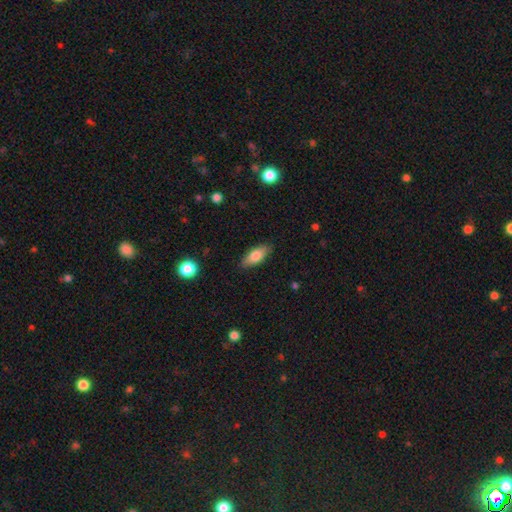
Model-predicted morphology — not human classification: smooth-or-featured: smooth: 77% | featured or disk: 16% | star or artifact: 7%
  how-rounded: in between: 78% | cigar-shaped: 19% | round: 3%
  merging: none: 87% | minor disturbance: 10% | major disturbance: 2% | merger: 1%